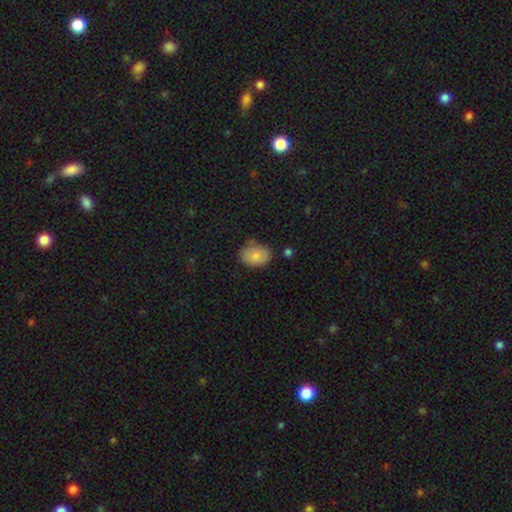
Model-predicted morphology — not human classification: Q: Smooth or featured?
A: smooth (83%); runner-up: featured or disk (10%)
Q: How rounded?
A: in between (76%); runner-up: round (23%)
Q: Merging?
A: none (66%); runner-up: minor disturbance (26%)